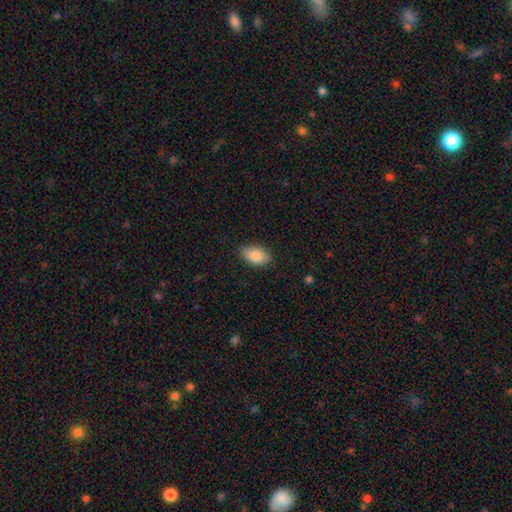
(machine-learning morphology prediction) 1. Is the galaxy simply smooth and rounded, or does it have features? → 85% smooth, 8% featured or disk, 7% star or artifact.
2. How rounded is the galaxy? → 92% in between, 6% round, 2% cigar-shaped.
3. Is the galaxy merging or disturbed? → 87% none, 10% minor disturbance, 2% major disturbance, 1% merger.